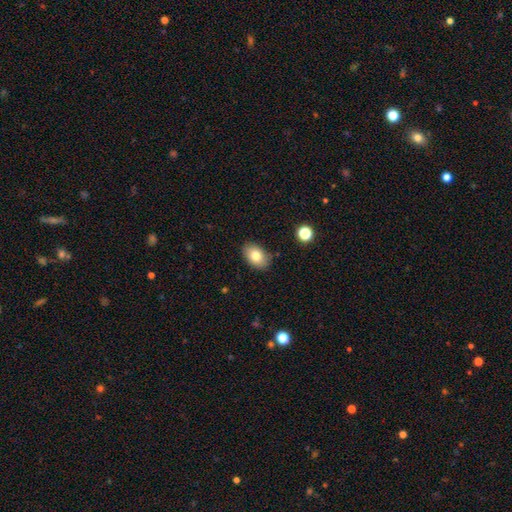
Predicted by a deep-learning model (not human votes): Overall: smooth (81%). How rounded: in between (87%). Merging: none (84%).